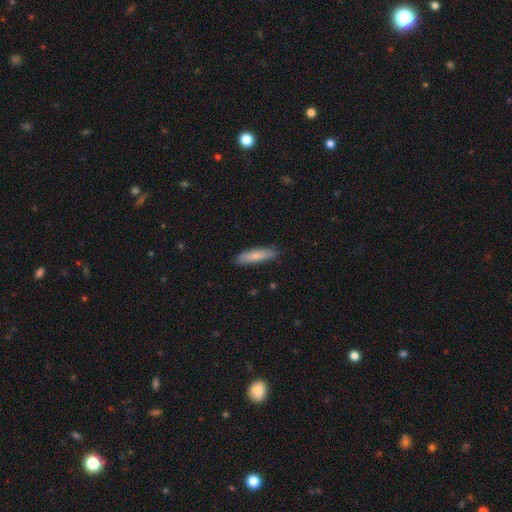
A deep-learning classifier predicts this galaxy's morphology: Smooth or featured? Predicted: smooth (p=0.75). How rounded? Predicted: cigar-shaped (p=0.75). Merging? Predicted: none (p=0.84).